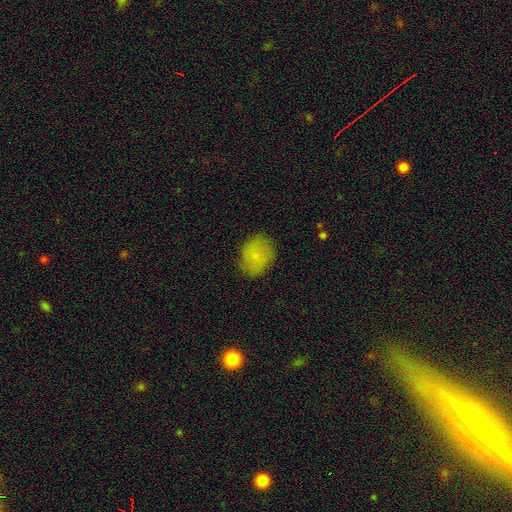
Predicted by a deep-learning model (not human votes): smooth 77%, featured or disk 14%, star or artifact 9%. Down the decision tree: how rounded — in between (58%); merging — none (78%).